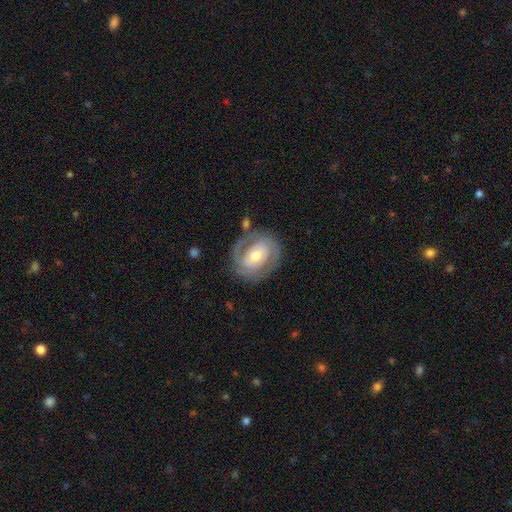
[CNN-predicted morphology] This is likely a featured or disk galaxy (80%). It is clearly not viewed edge-on (97%). Bar: possibly no (50%). Spiral arm pattern: clearly yes (86%). Spiral arm count: likely 2 (76%). Spiral winding: likely tight (62%). Central bulge: likely moderate (67%). Merging: likely none (76%).